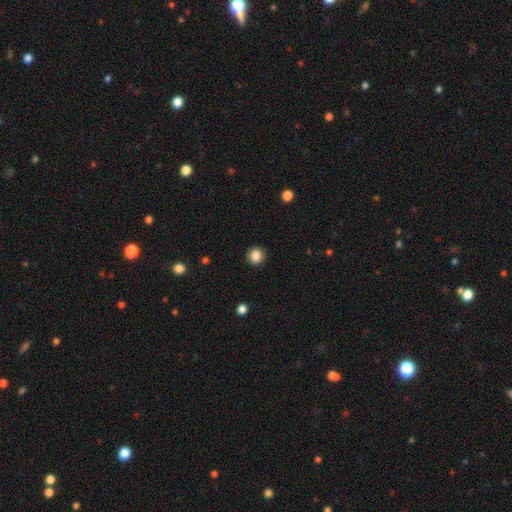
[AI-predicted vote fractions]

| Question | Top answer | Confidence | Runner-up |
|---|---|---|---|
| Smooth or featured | smooth | 86% | star or artifact (10%) |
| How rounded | round | 91% | in between (8%) |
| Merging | none | 92% | minor disturbance (5%) |